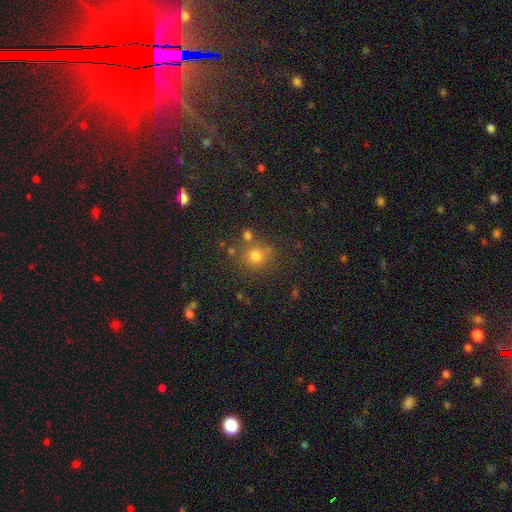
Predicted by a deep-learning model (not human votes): Morphology: type=smooth (72%); roundness=round (90%); merging=none (74%).